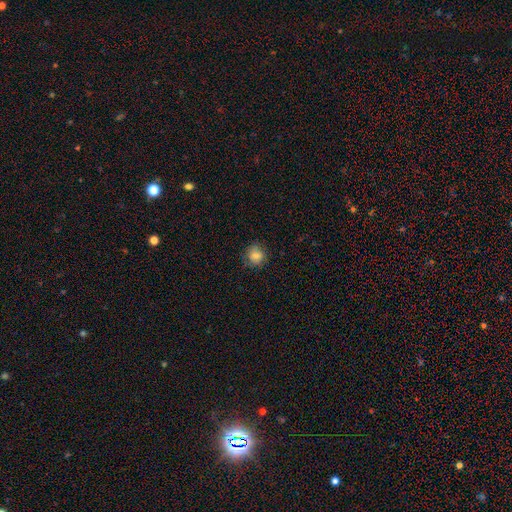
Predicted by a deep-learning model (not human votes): Smooth or featured? Predicted: smooth (p=0.78). How rounded? Predicted: round (p=0.83). Merging? Predicted: none (p=0.79).